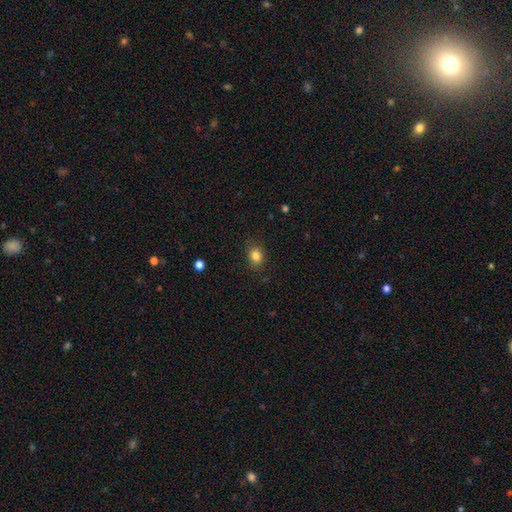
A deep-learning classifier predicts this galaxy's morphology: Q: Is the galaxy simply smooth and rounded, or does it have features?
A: smooth — 83%.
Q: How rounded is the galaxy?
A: in between — 57%.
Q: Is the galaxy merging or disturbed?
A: none — 84%.